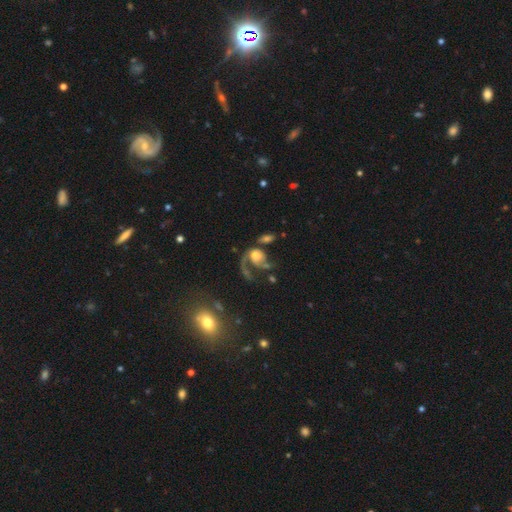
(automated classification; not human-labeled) The model was most divided on "bulge size": moderate: 33%, large: 28%, small: 19%, none: 13%, dominant: 6%. Remaining: edge-on disk — no (97%); spiral arms — yes (87%); smooth or featured — featured or disk (72%); bar — no (72%); spiral arm count — 1 (67%); spiral winding — loose (53%); merging — major disturbance (42%).